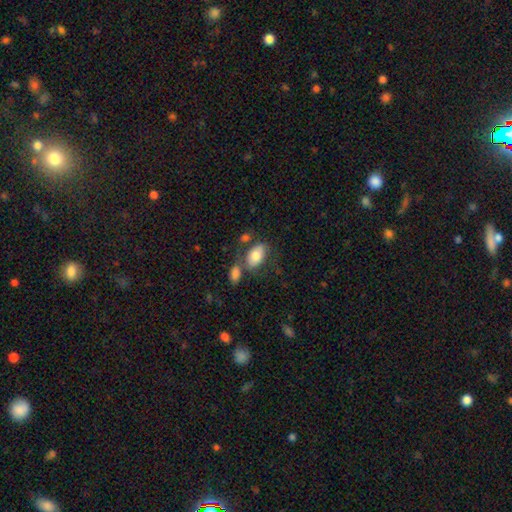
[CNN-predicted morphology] This appears to be a smooth galaxy with no disk features (78%) that is in between round and cigar-shaped (92%). Merging: none (50%).